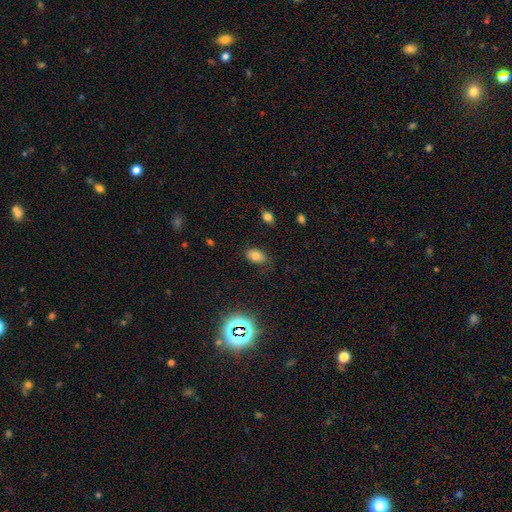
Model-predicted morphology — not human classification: Q: Smooth or featured?
A: smooth (74%); runner-up: star or artifact (15%)
Q: How rounded?
A: in between (87%); runner-up: round (12%)
Q: Merging?
A: none (75%); runner-up: minor disturbance (18%)